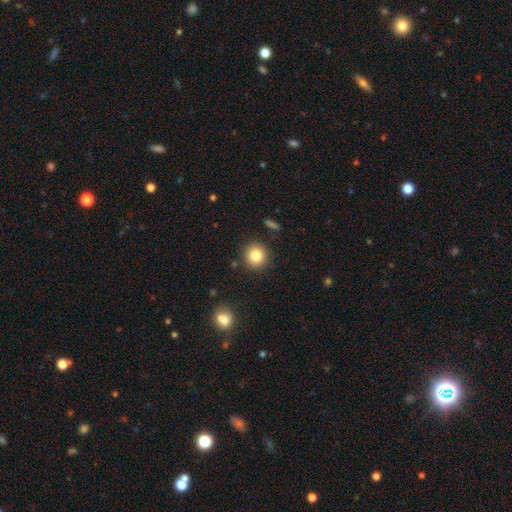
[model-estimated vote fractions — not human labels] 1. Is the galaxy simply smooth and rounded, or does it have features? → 84% smooth, 10% star or artifact, 6% featured or disk.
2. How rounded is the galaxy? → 91% round, 8% in between, 1% cigar-shaped.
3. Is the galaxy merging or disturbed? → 88% none, 7% minor disturbance, 3% merger, 2% major disturbance.